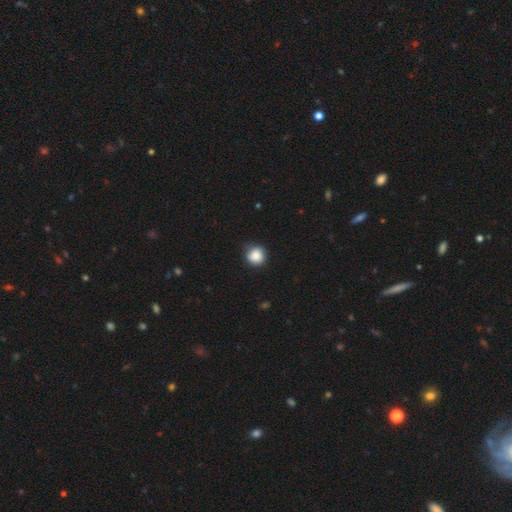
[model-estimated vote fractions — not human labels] This appears to be a smooth galaxy with no disk features (86%) that is round (88%). Merging: none (75%).